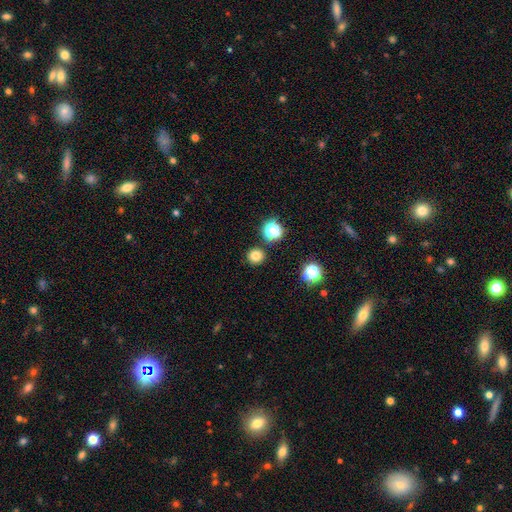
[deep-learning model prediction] Smooth or featured?
  - smooth: 78% *
  - star or artifact: 16%
  - featured or disk: 6%
How rounded?
  - round: 93% *
  - in between: 6%
  - cigar-shaped: 1%
Merging?
  - none: 88% *
  - minor disturbance: 6%
  - merger: 4%
  - major disturbance: 2%